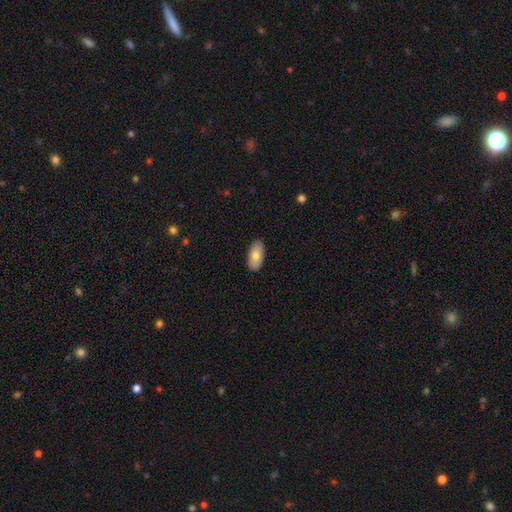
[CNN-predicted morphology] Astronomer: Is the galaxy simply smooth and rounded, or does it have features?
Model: smooth — 77%.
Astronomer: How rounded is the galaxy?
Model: in between — 93%.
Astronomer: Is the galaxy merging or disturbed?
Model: none — 89%.